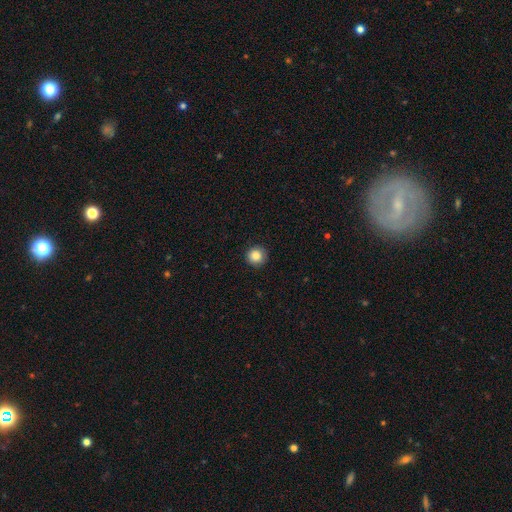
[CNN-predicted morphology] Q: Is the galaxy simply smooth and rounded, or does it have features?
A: smooth — 86%.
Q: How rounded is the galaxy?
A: round — 95%.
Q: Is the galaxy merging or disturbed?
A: none — 91%.